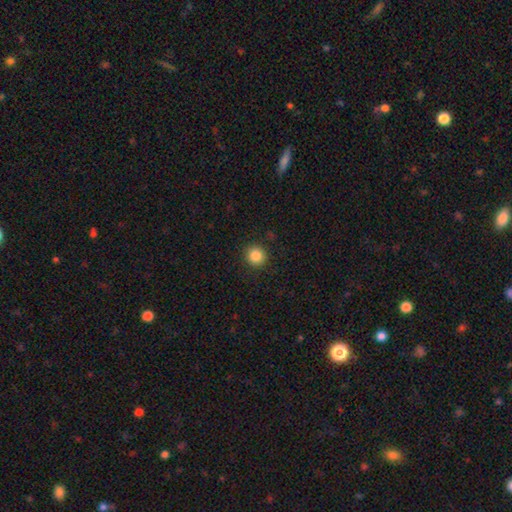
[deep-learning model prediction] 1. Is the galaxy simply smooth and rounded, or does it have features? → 86% smooth, 10% star or artifact, 4% featured or disk.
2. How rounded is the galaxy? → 92% round, 7% in between, 1% cigar-shaped.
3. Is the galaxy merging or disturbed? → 91% none, 6% minor disturbance, 2% major disturbance, 1% merger.